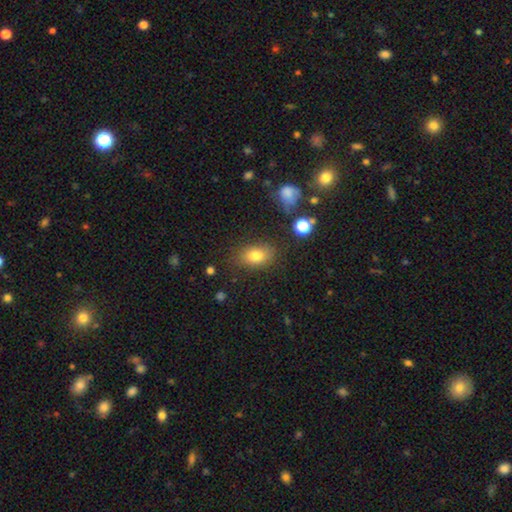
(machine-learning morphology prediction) The model was most divided on "how rounded": in between: 80%, round: 18%, cigar-shaped: 2%. More confident: merging — none (79%); smooth or featured — smooth (79%).